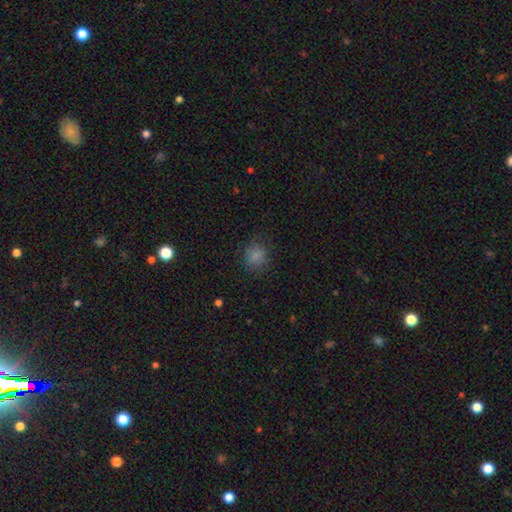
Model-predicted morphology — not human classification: smooth-or-featured: smooth: 83% | star or artifact: 12% | featured or disk: 5%
  how-rounded: round: 80% | in between: 19% | cigar-shaped: 1%
  merging: none: 80% | minor disturbance: 14% | major disturbance: 5% | merger: 1%